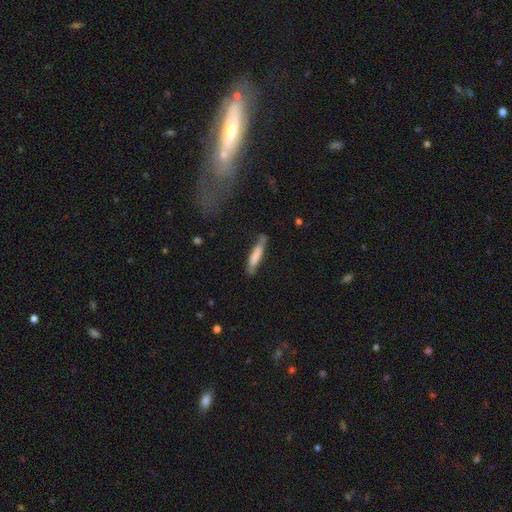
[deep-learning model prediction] A smooth galaxy with no disk features (71%) that is cigar-shaped (87%). Merging: none (68%).